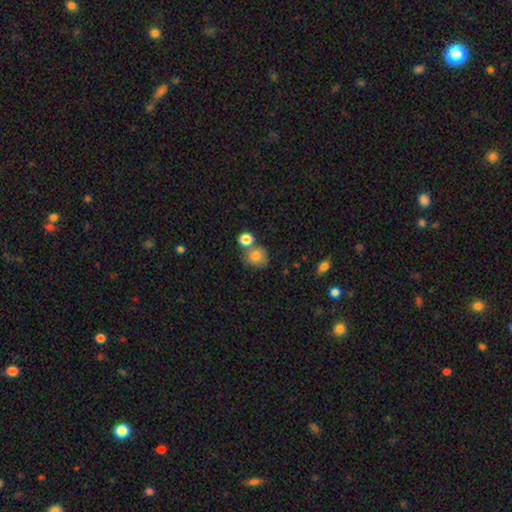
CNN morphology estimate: A smooth galaxy with no disk features (81%) that is round (77%).

Vote fractions:
- Smooth or featured? smooth: 81% / star or artifact: 10% / featured or disk: 9%
- How rounded? round: 77% / in between: 22% / cigar-shaped: 1%
- Merging? none: 53% / merger: 30% / minor disturbance: 12% / major disturbance: 4%